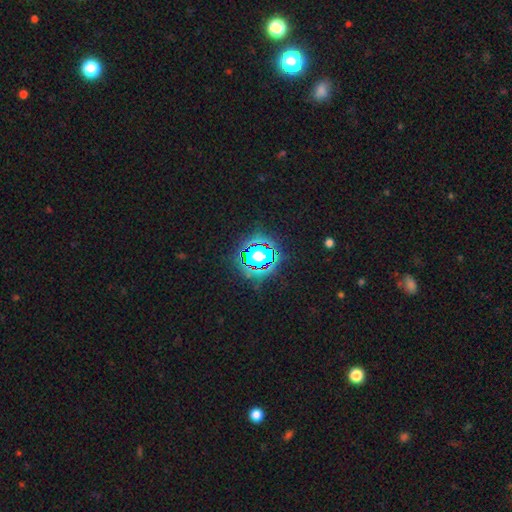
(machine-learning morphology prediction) Smooth or featured? Predicted: star or artifact (p=0.80).